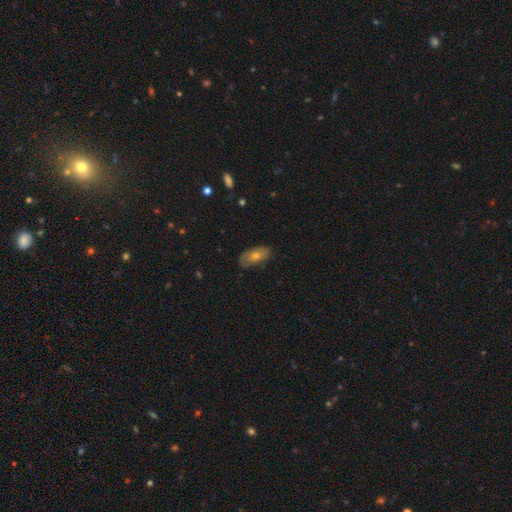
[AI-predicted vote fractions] Smooth or featured? Predicted: smooth (p=0.50). Merging? Predicted: none (p=0.78).